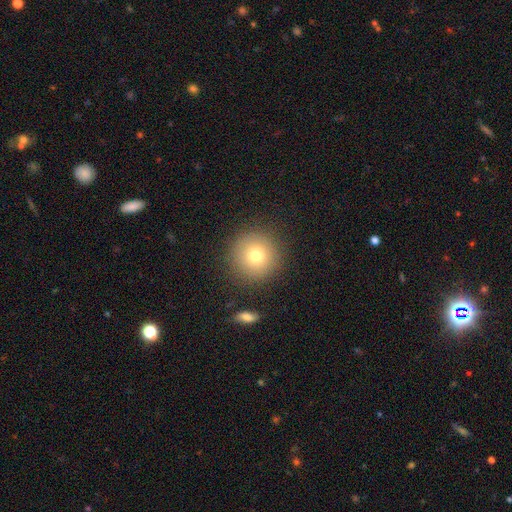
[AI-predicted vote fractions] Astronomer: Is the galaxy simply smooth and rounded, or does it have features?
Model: smooth — 75%.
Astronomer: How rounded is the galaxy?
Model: round — 95%.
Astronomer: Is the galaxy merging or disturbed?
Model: none — 88%.